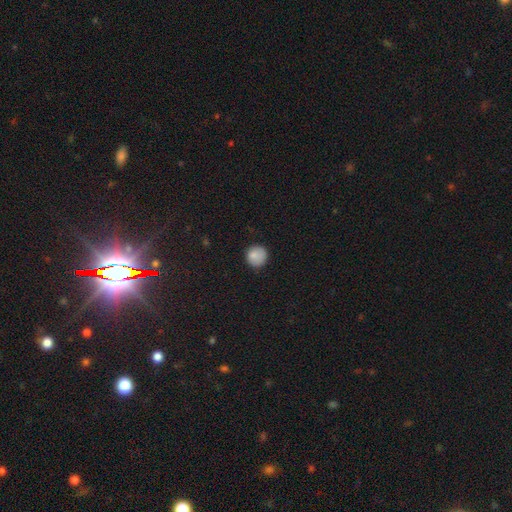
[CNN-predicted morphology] smooth_or_featured: smooth (p=0.85) [alt: star or artifact p=0.10]
how_rounded: round (p=0.92) [alt: in between p=0.07]
merging: none (p=0.84) [alt: minor disturbance p=0.12]